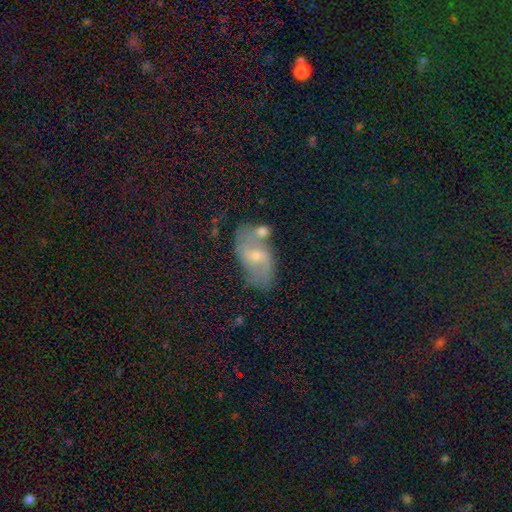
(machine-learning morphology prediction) This appears to be a featured or disk galaxy (64%) with a weak bar (50%), 2 (84%) loose (50%) spiral arms (82%) and a small central bulge (60%). Merging: none (48%).